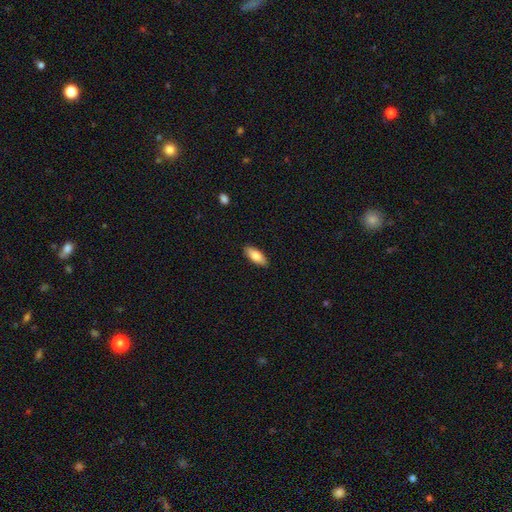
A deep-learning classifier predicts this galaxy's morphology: Smooth or featured?
  - smooth: 82% *
  - featured or disk: 13%
  - star or artifact: 6%
How rounded?
  - in between: 77% *
  - cigar-shaped: 21%
  - round: 2%
Merging?
  - none: 89% *
  - minor disturbance: 8%
  - major disturbance: 2%
  - merger: 1%